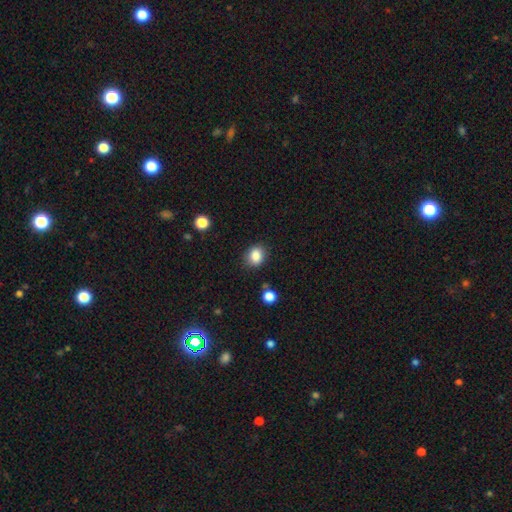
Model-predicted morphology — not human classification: smooth 86%, star or artifact 10%, featured or disk 4%. Down the decision tree: how rounded — round (53%); merging — none (82%).